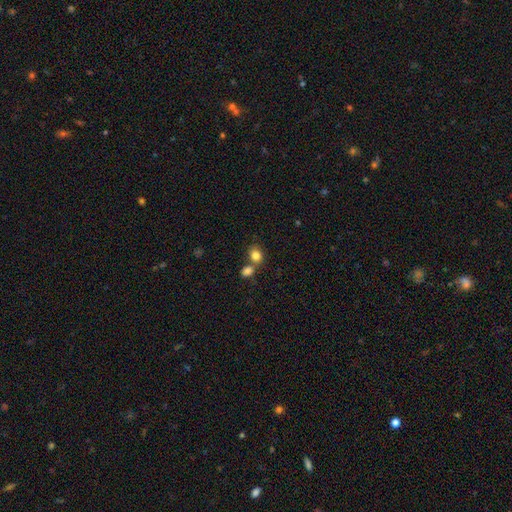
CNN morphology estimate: smooth-or-featured: smooth: 83% | star or artifact: 10% | featured or disk: 6%
  how-rounded: round: 61% | in between: 38% | cigar-shaped: 1%
  merging: none: 53% | merger: 33% | minor disturbance: 10% | major disturbance: 3%